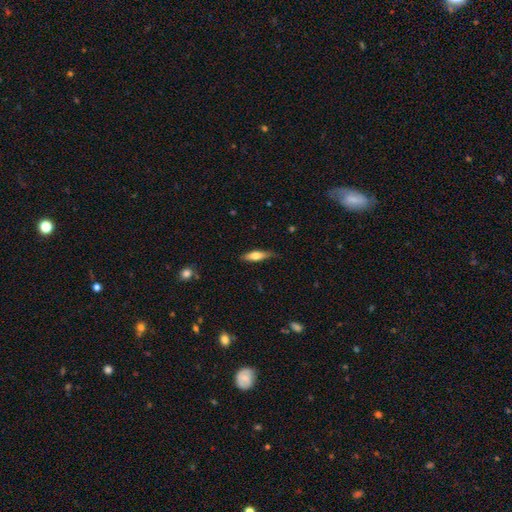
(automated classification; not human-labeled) Smooth or featured? Predicted: smooth (p=0.63). How rounded? Predicted: cigar-shaped (p=0.59). Merging? Predicted: none (p=0.72).